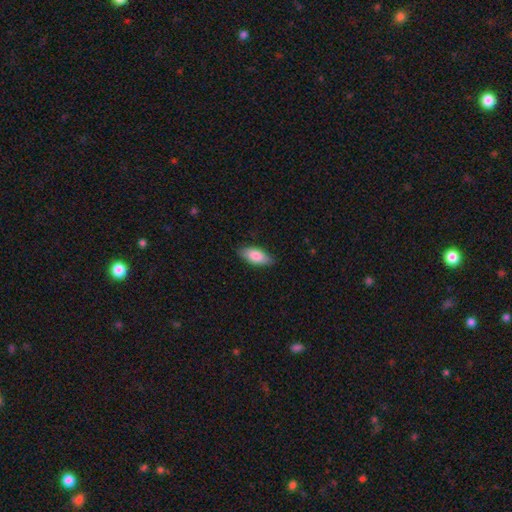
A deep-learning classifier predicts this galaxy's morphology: smooth_or_featured: smooth (p=0.83) [alt: featured or disk p=0.12]
how_rounded: in between (p=0.86) [alt: cigar-shaped p=0.12]
merging: none (p=0.84) [alt: minor disturbance p=0.13]